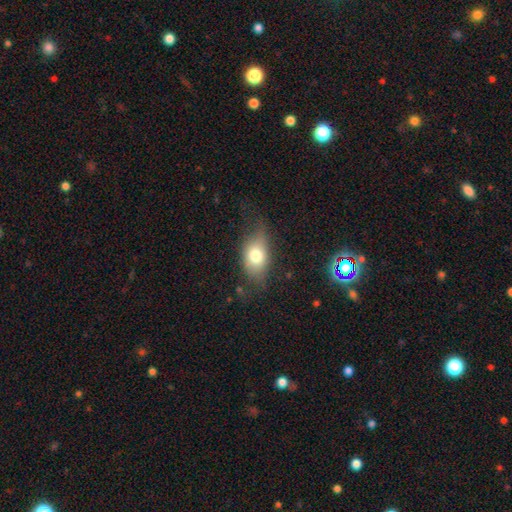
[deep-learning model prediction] smooth-or-featured: smooth: 72% | featured or disk: 19% | star or artifact: 9%
  how-rounded: in between: 81% | round: 16% | cigar-shaped: 3%
  merging: none: 55% | minor disturbance: 29% | major disturbance: 14% | merger: 2%